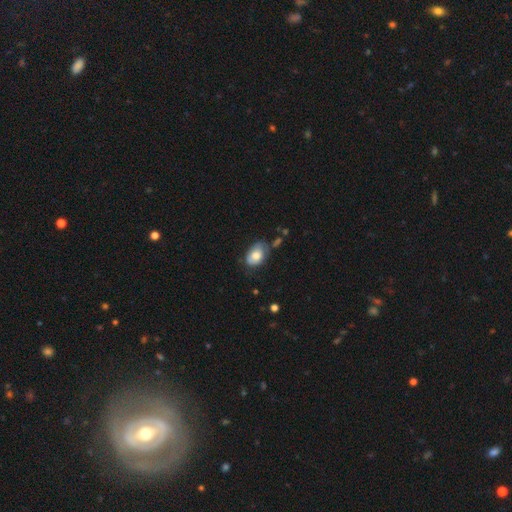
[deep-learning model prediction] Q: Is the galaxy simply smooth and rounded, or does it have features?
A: smooth — 71%.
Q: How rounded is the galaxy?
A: in between — 88%.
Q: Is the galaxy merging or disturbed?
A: none — 49%.